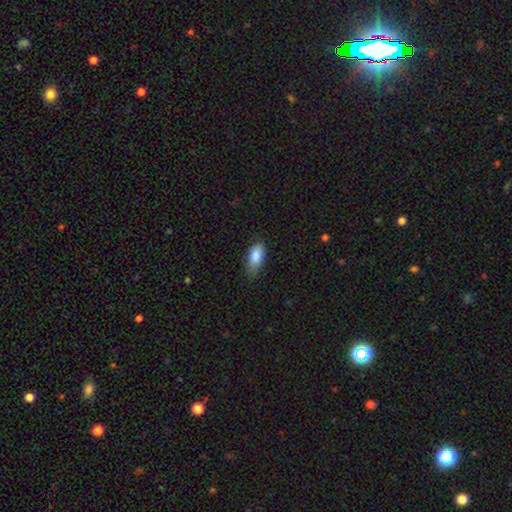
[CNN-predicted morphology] Smooth or featured?
  - smooth: 86% *
  - featured or disk: 7%
  - star or artifact: 7%
How rounded?
  - in between: 89% *
  - cigar-shaped: 8%
  - round: 3%
Merging?
  - none: 63% *
  - minor disturbance: 30%
  - major disturbance: 6%
  - merger: 1%